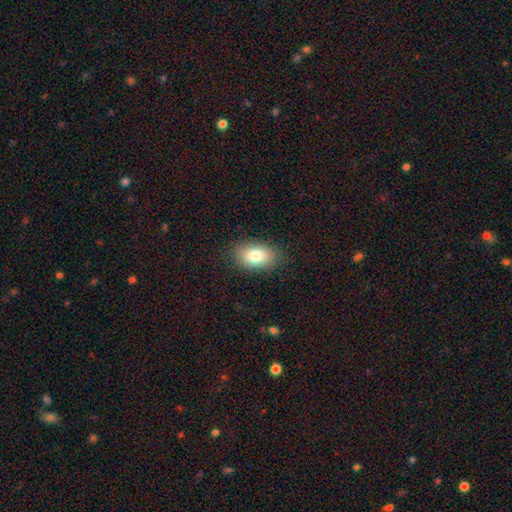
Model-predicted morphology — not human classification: Smooth or featured: smooth — 81% (featured or disk — 11%)
How rounded: in between — 89% (round — 9%)
Merging: none — 86% (minor disturbance — 10%)